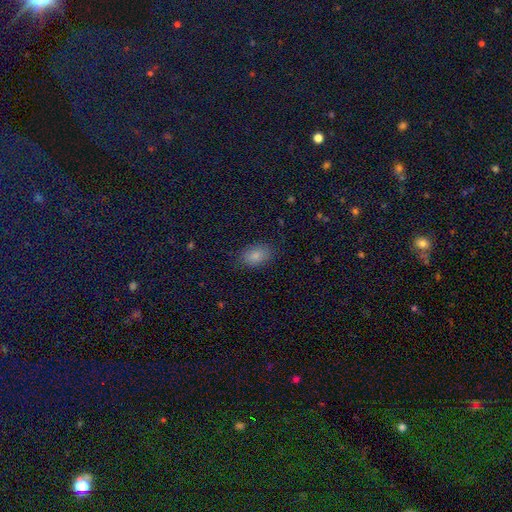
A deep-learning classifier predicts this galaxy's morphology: smooth_or_featured: smooth (p=0.82) [alt: star or artifact p=0.10]
how_rounded: in between (p=0.88) [alt: round p=0.11]
merging: none (p=0.84) [alt: minor disturbance p=0.12]